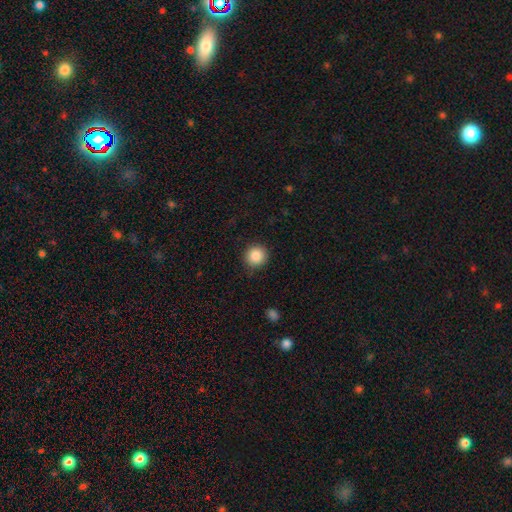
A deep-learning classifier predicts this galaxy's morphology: Overall: smooth (87%). How rounded: round (93%). Merging: none (89%).